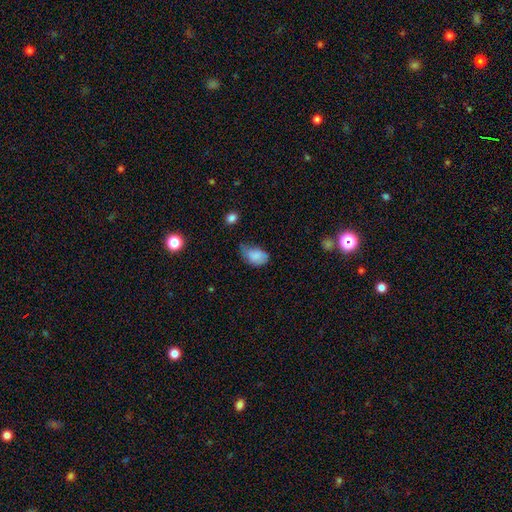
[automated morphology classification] Smooth or featured?
  - smooth: 83% *
  - featured or disk: 9%
  - star or artifact: 8%
How rounded?
  - in between: 85% *
  - round: 13%
  - cigar-shaped: 1%
Merging?
  - minor disturbance: 46% *
  - none: 38%
  - major disturbance: 14%
  - merger: 3%